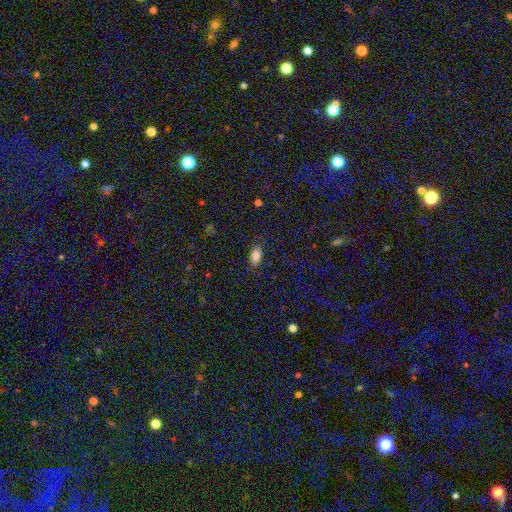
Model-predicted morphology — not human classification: Overall: smooth (83%). How rounded: in between (90%). Merging: none (84%).